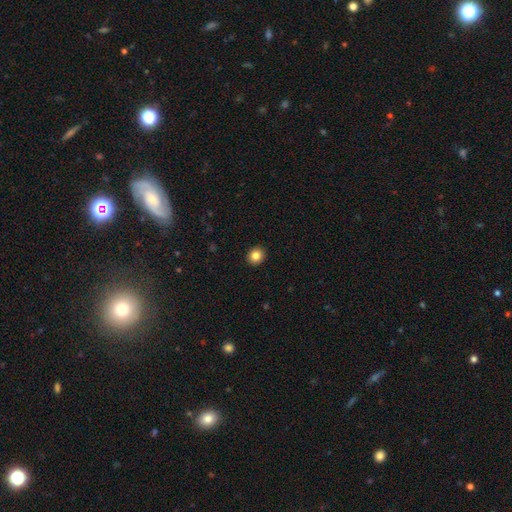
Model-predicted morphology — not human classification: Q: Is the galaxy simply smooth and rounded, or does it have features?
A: smooth — 84%.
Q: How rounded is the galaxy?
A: round — 80%.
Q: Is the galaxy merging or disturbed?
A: none — 93%.